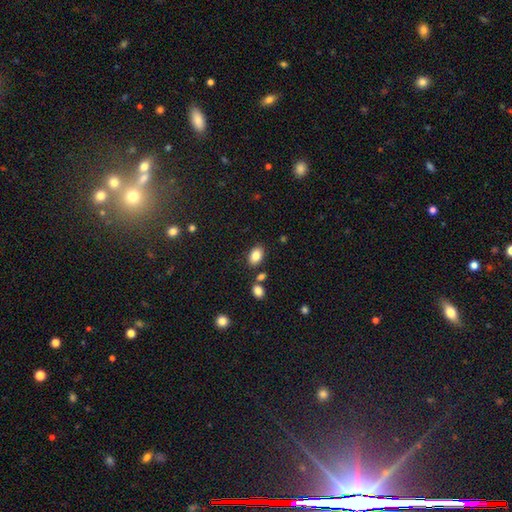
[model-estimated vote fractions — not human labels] Q: Smooth or featured?
A: smooth (85%); runner-up: star or artifact (9%)
Q: How rounded?
A: in between (87%); runner-up: round (12%)
Q: Merging?
A: none (80%); runner-up: minor disturbance (10%)